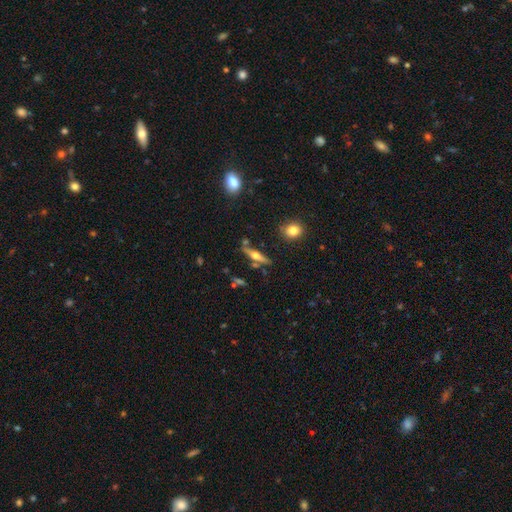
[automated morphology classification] smooth_or_featured: featured or disk (p=0.60) [alt: smooth p=0.32]
disk_edge_on: yes (p=0.92) [alt: no p=0.08]
edge_on_bulge: rounded (p=0.93) [alt: boxy p=0.04]
merging: none (p=0.72) [alt: minor disturbance p=0.13]